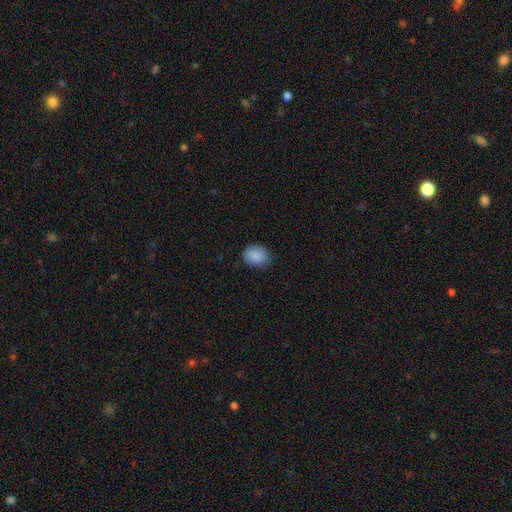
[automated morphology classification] Smooth or featured? smooth (88%)
How rounded? round (52%)
Merging? none (79%)